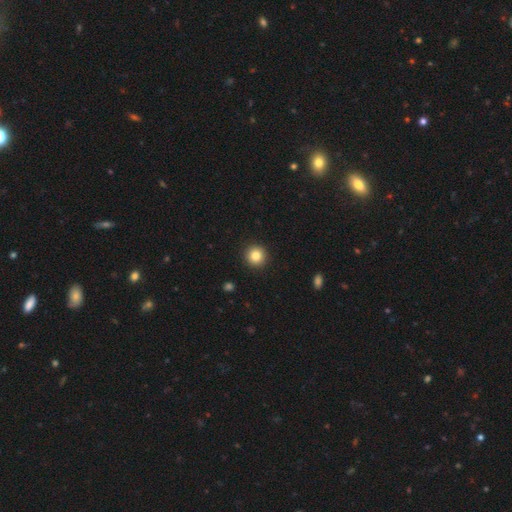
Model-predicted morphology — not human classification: Smooth or featured: smooth — 82% (star or artifact — 11%)
How rounded: round — 95% (in between — 4%)
Merging: none — 93% (minor disturbance — 4%)